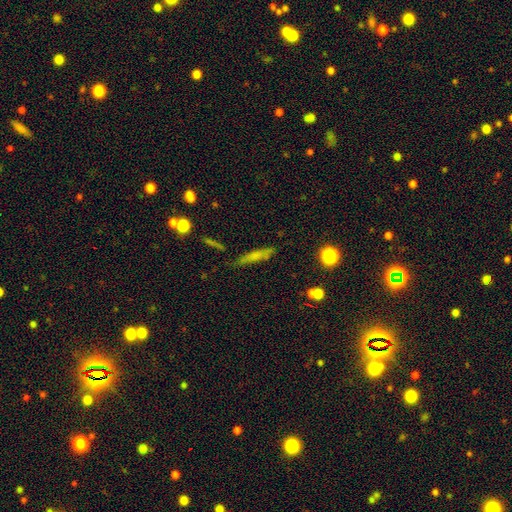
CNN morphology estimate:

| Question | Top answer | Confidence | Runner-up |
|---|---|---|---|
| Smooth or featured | smooth | 60% | featured or disk (26%) |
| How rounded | cigar-shaped | 84% | in between (12%) |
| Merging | none | 72% | minor disturbance (17%) |